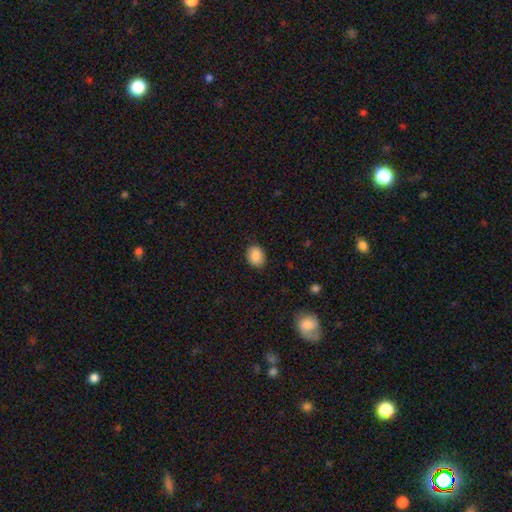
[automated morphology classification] This is clearly a smooth galaxy (88%). How rounded: possibly in between (54%). Merging: clearly none (87%).